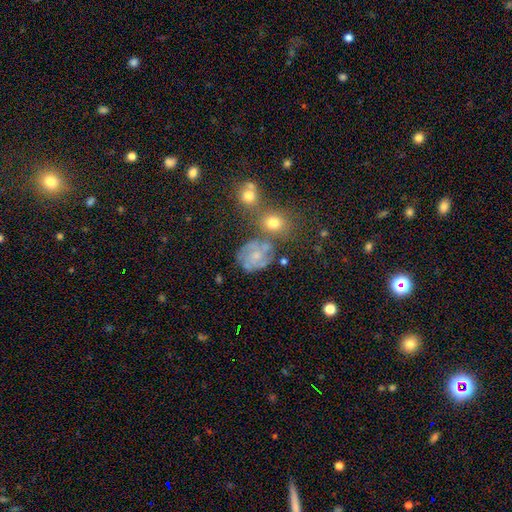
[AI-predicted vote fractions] smooth-or-featured: featured or disk: 64% | smooth: 25% | star or artifact: 11%
  disk-edge-on: no: 98% | yes: 2%
    bar: no: 70% | weak: 25% | strong: 4%
    has-spiral-arms: yes: 80% | no: 20%
      spiral-winding: tight: 46% | medium: 41% | loose: 12%
      spiral-arm-count: can't tell: 33% | 3: 28% | 2: 20% | 4: 9% | 1: 5% | more than 4: 5%
    bulge-size: small: 58% | moderate: 25% | none: 13% | large: 2% | dominant: 1%
  merging: none: 52% | minor disturbance: 20% | merger: 15% | major disturbance: 12%